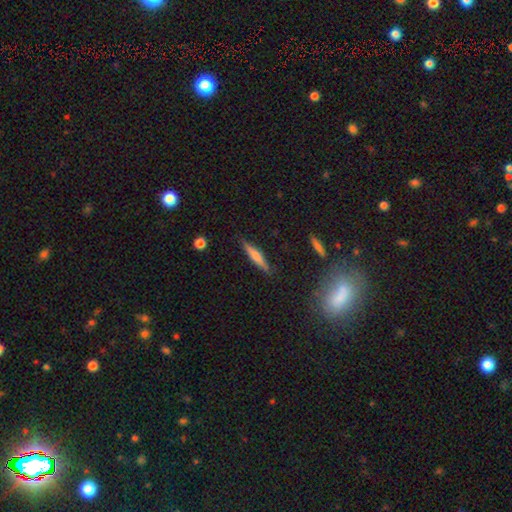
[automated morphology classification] This appears to be a smooth galaxy with no disk features (55%) that is cigar-shaped (88%). Merging: none (87%).